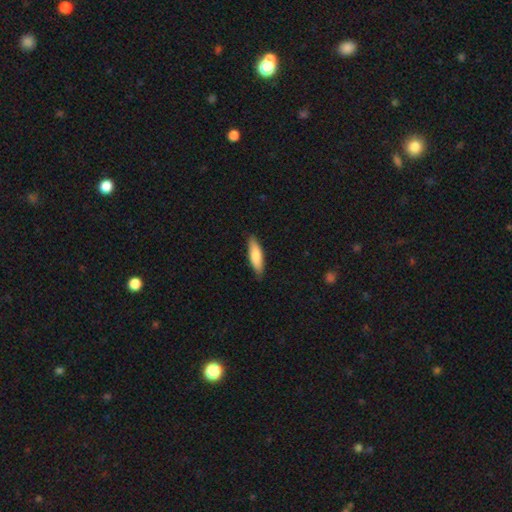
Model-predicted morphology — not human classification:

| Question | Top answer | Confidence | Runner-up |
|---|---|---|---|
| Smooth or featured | smooth | 80% | featured or disk (15%) |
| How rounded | cigar-shaped | 58% | in between (40%) |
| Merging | none | 86% | minor disturbance (11%) |